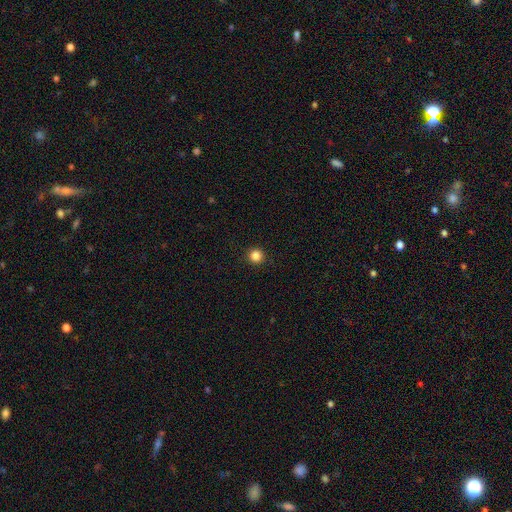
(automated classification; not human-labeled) Morphology: type=smooth (85%); roundness=round (96%); merging=none (93%).